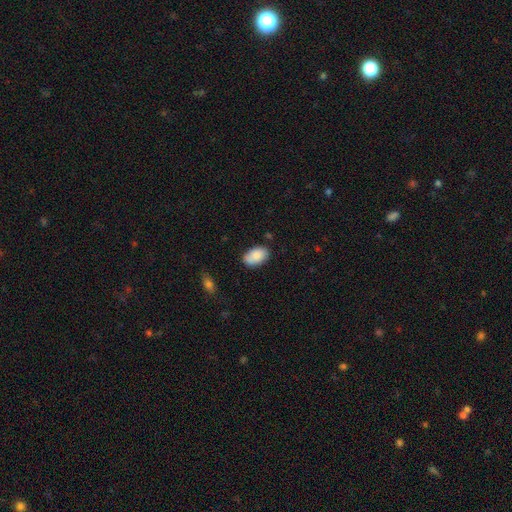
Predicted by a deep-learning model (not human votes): smooth-or-featured: smooth: 86% | featured or disk: 8% | star or artifact: 7%
  how-rounded: in between: 92% | round: 6% | cigar-shaped: 1%
  merging: none: 75% | minor disturbance: 19% | major disturbance: 3% | merger: 3%